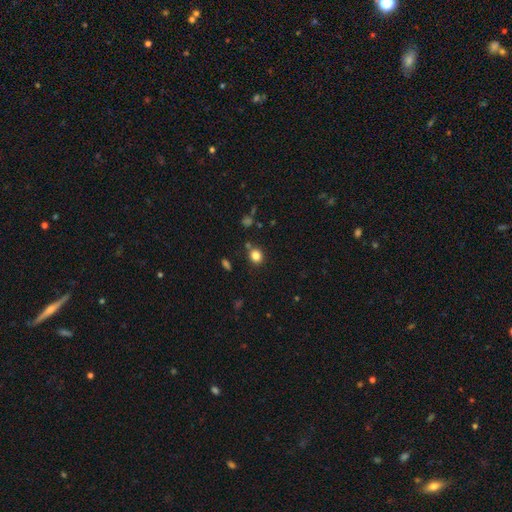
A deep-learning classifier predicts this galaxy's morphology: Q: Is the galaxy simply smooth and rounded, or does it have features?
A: smooth — 82%.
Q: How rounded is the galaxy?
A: round — 77%.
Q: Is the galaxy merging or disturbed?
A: none — 79%.